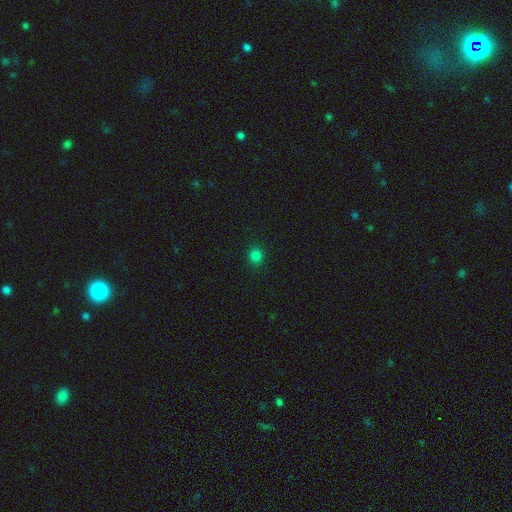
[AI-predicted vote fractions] smooth_or_featured: smooth (p=0.81) [alt: star or artifact p=0.15]
how_rounded: round (p=0.90) [alt: in between p=0.09]
merging: none (p=0.91) [alt: minor disturbance p=0.06]